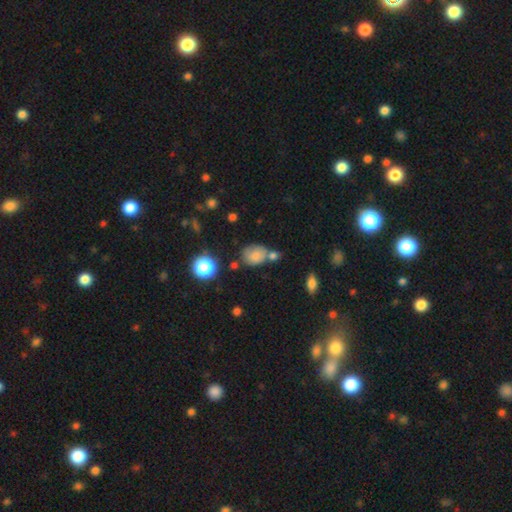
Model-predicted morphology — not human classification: A smooth galaxy with no disk features (78%) that is in between round and cigar-shaped (58%).

Vote fractions:
- Smooth or featured? smooth: 78% / star or artifact: 12% / featured or disk: 10%
- How rounded? in between: 58% / round: 41% / cigar-shaped: 1%
- Merging? none: 51% / merger: 22% / minor disturbance: 20% / major disturbance: 7%